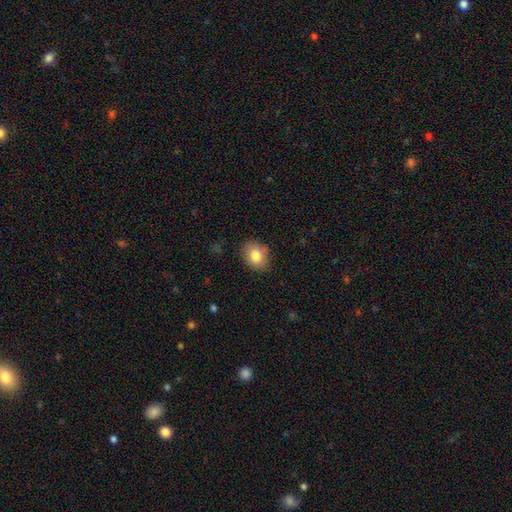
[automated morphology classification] Smooth or featured?
  - smooth: 82% *
  - featured or disk: 9%
  - star or artifact: 9%
How rounded?
  - in between: 58% *
  - round: 41%
  - cigar-shaped: 1%
Merging?
  - none: 83% *
  - minor disturbance: 13%
  - major disturbance: 3%
  - merger: 2%